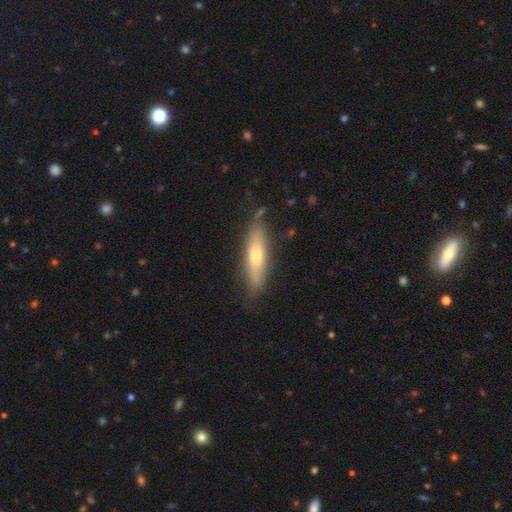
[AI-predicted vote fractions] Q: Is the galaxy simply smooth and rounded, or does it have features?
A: smooth — 54%.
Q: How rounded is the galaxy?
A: cigar-shaped — 77%.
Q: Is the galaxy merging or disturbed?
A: none — 78%.